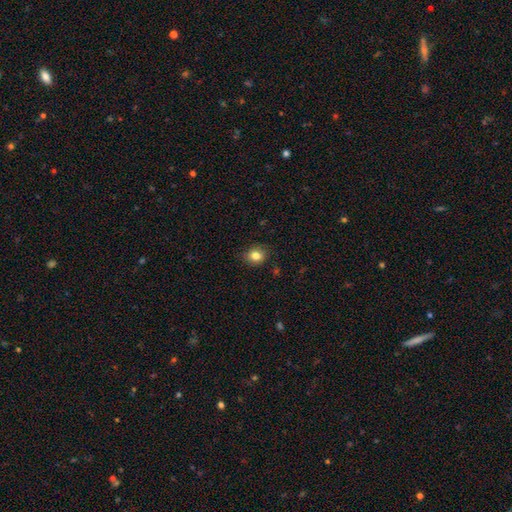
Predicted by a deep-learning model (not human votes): Q: Smooth or featured?
A: smooth (83%); runner-up: star or artifact (11%)
Q: How rounded?
A: round (66%); runner-up: in between (33%)
Q: Merging?
A: none (85%); runner-up: minor disturbance (12%)